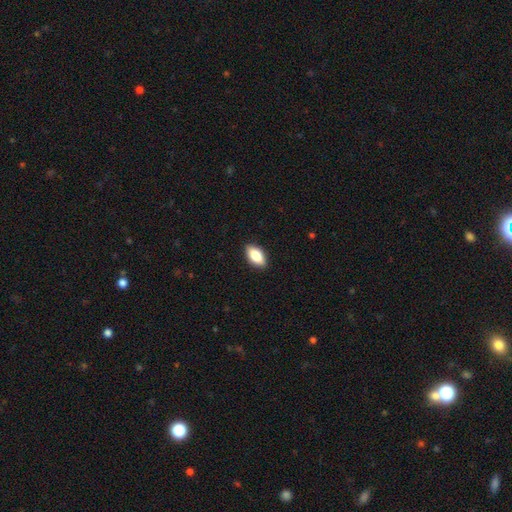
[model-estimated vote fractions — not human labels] Q: Smooth or featured?
A: smooth (84%); runner-up: featured or disk (10%)
Q: How rounded?
A: in between (91%); runner-up: cigar-shaped (5%)
Q: Merging?
A: none (88%); runner-up: minor disturbance (9%)